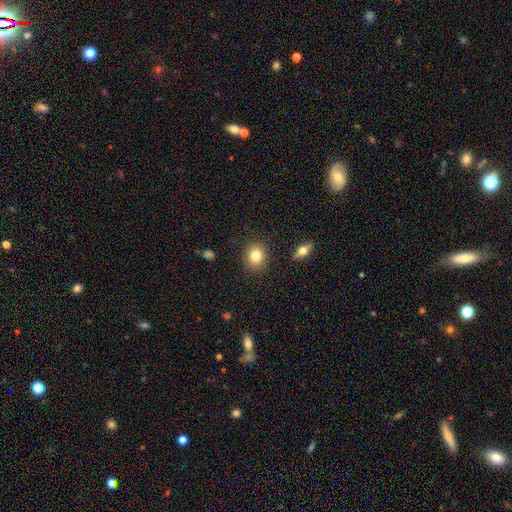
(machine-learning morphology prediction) smooth 80%, featured or disk 10%, star or artifact 10%. Down the decision tree: how rounded — round (67%); merging — none (86%).